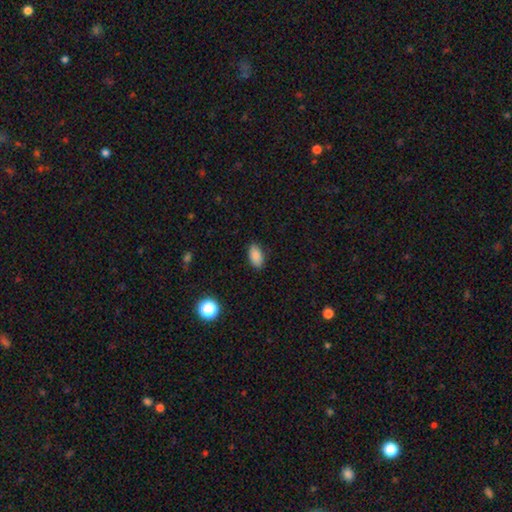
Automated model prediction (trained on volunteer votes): This appears to be a smooth galaxy with no disk features (87%) that is in between round and cigar-shaped (93%). Merging: none (86%).